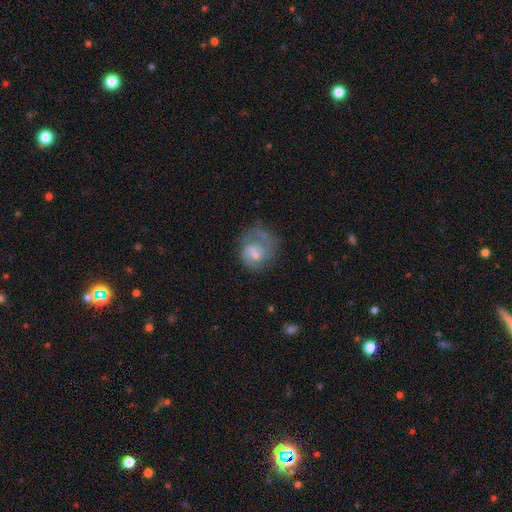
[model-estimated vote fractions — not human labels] Smooth or featured: featured or disk — 59% (smooth — 30%)
Edge-on disk: no — 97% (yes — 3%)
Bar: no — 51% (weak — 42%)
Spiral arms: yes — 78% (no — 22%)
Bulge size: small — 44% (moderate — 35%)
Merging: none — 46% (major disturbance — 27%)